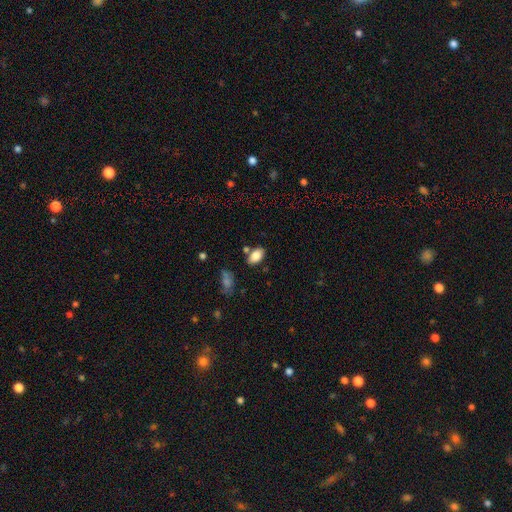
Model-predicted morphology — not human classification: Smooth or featured?
  - smooth: 85% *
  - star or artifact: 8%
  - featured or disk: 7%
How rounded?
  - in between: 92% *
  - round: 6%
  - cigar-shaped: 2%
Merging?
  - none: 74% *
  - minor disturbance: 14%
  - merger: 8%
  - major disturbance: 4%